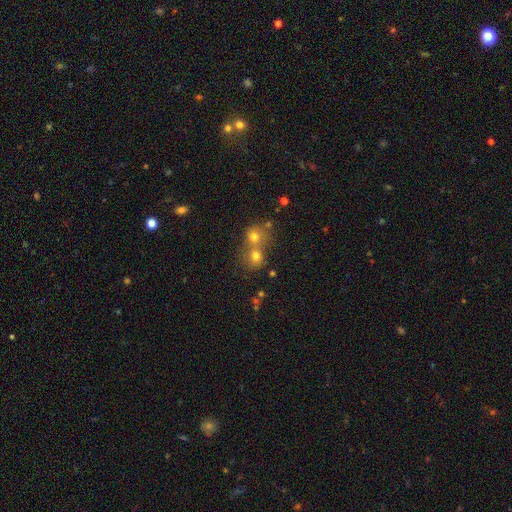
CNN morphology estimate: This is likely a smooth galaxy (72%). How rounded: clearly round (82%). Merging: possibly merger (51%).